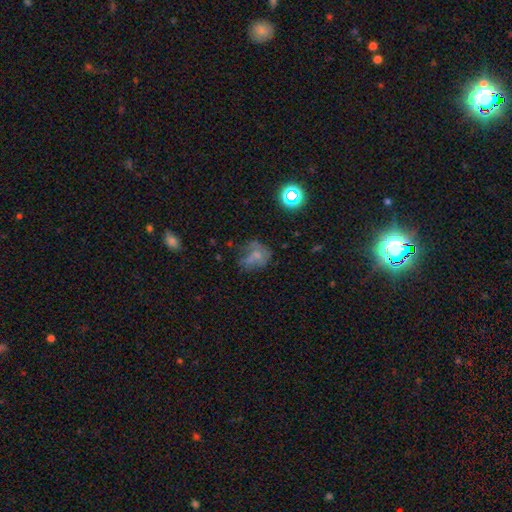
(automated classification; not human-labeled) smooth 47%, featured or disk 33%, star or artifact 19%. Down the decision tree: merging — none (38%).